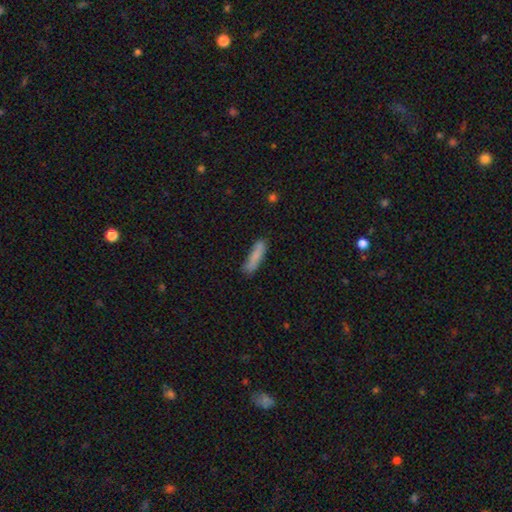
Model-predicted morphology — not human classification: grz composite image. It shows a smooth galaxy with no disk features (81%) that is cigar-shaped (79%). Merging: none (74%).